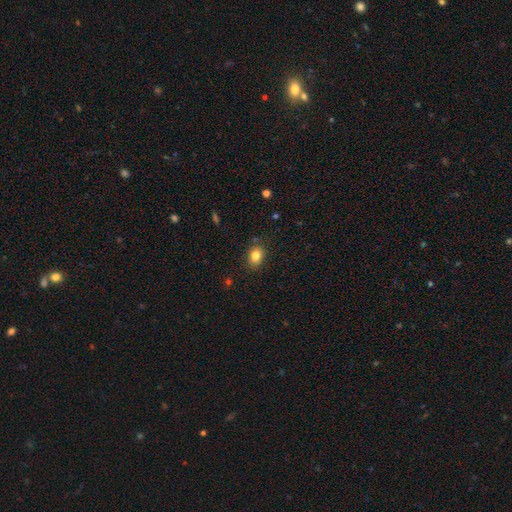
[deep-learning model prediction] smooth_or_featured: smooth (p=0.82) [alt: star or artifact p=0.10]
how_rounded: in between (p=0.66) [alt: round p=0.33]
merging: none (p=0.84) [alt: minor disturbance p=0.12]